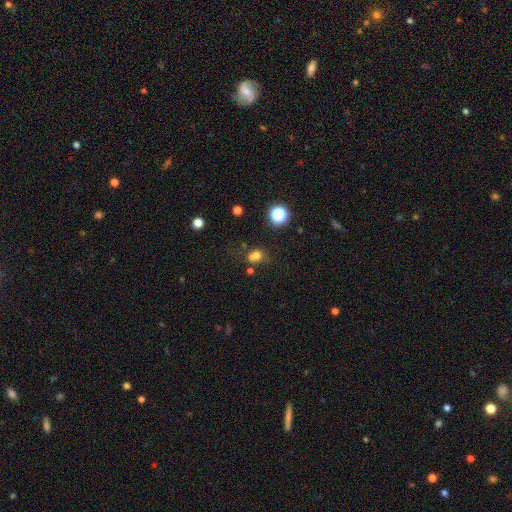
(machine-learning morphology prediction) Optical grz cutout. It shows a smooth galaxy with no disk features (69%) that is round (64%). Merging: none (47%).